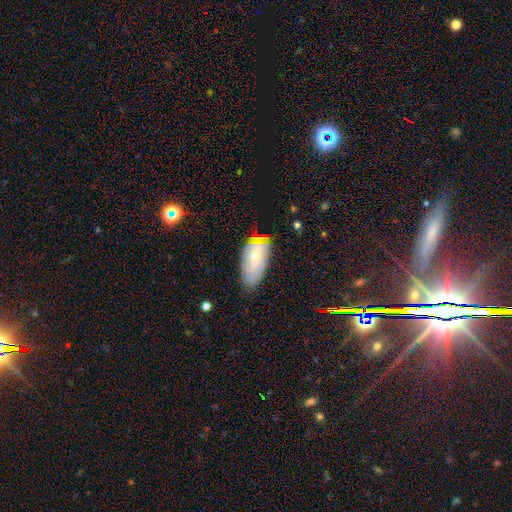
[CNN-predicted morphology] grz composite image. It shows a featured or disk galaxy (50%). Merging: none (61%).